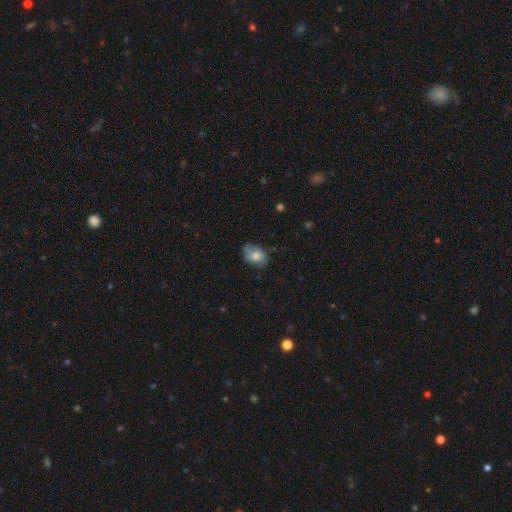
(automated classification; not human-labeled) Smooth or featured? smooth (70%)
How rounded? in between (75%)
Merging? none (64%)